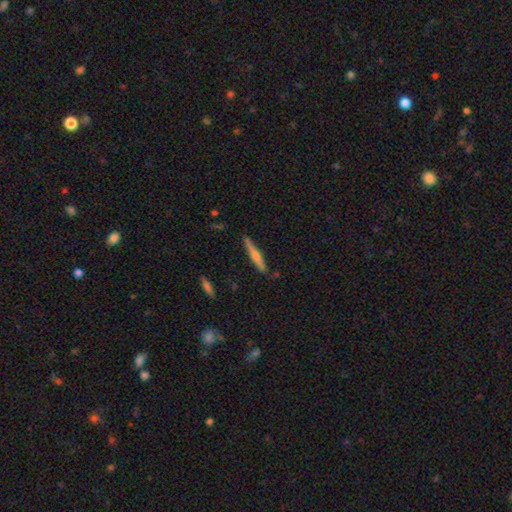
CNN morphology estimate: Q: Smooth or featured?
A: featured or disk (68%); runner-up: smooth (25%)
Q: Edge-on disk?
A: yes (97%); runner-up: no (3%)
Q: Edge-on bulge?
A: rounded (85%); runner-up: none (10%)
Q: Merging?
A: none (88%); runner-up: minor disturbance (8%)